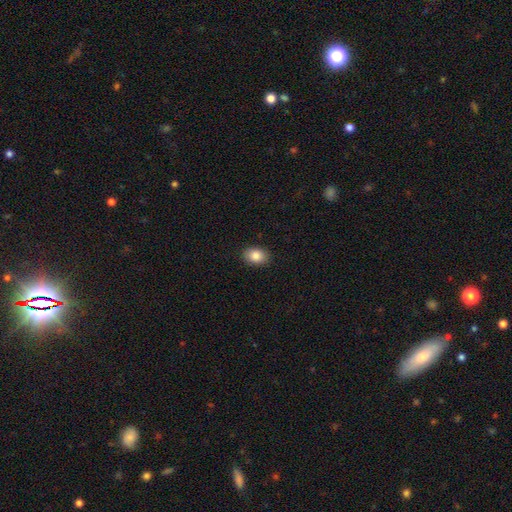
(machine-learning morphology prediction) This is clearly a smooth galaxy (85%). How rounded: likely in between (75%). Merging: clearly none (90%).